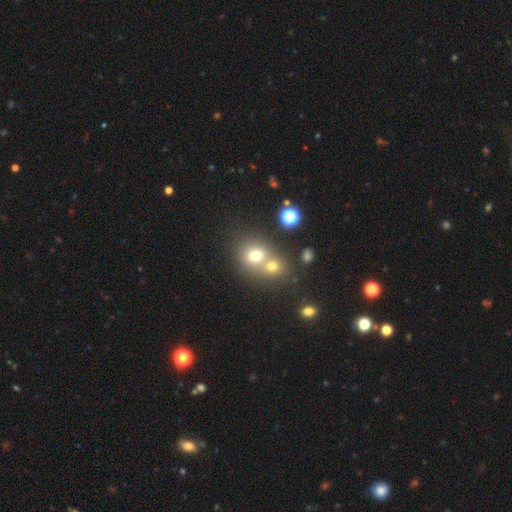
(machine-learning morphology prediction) Smooth or featured? Predicted: smooth (p=0.69). How rounded? Predicted: round (p=0.75). Merging? Predicted: merger (p=0.51).